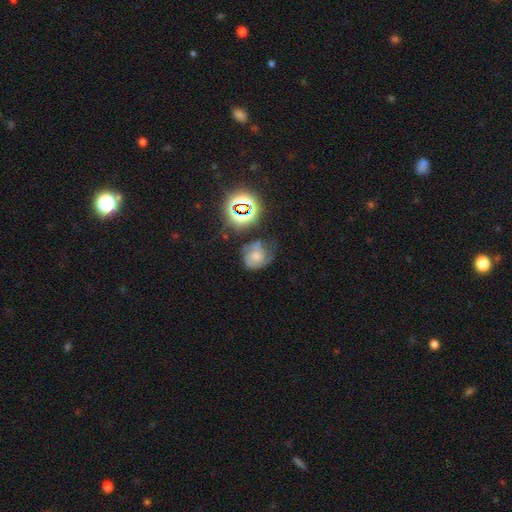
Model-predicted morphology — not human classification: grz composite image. It shows a featured or disk galaxy (47%). Merging: none (43%).